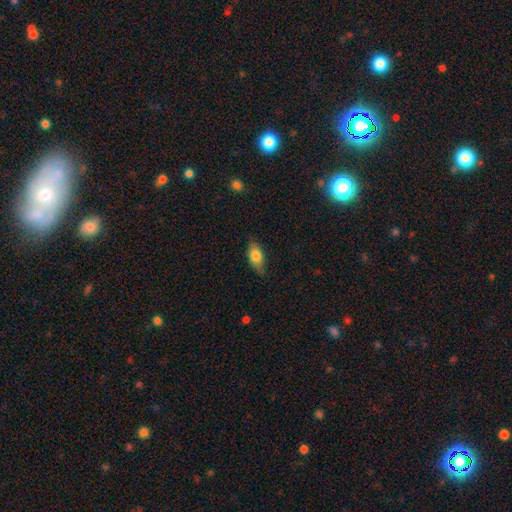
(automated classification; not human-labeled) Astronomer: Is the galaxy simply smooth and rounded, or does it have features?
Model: smooth — 77%.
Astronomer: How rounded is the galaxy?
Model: in between — 86%.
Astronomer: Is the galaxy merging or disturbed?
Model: none — 71%.